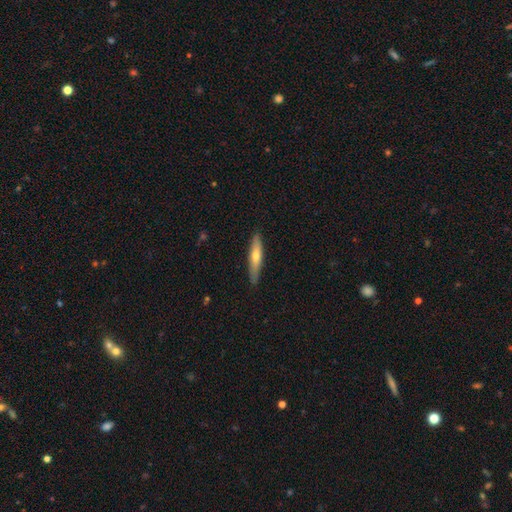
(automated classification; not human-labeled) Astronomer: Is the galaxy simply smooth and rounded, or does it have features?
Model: smooth — 53% (runner-up: featured or disk, 41%).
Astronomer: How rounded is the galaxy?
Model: cigar-shaped — 87%.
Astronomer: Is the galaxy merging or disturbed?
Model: none — 87%.